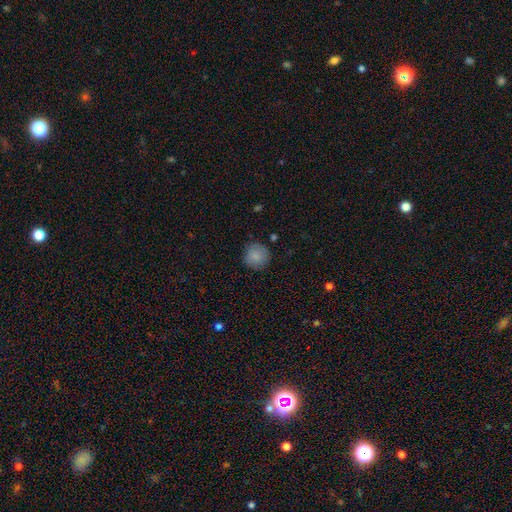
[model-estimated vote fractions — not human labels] Smooth or featured? smooth (85%)
How rounded? round (93%)
Merging? none (85%)